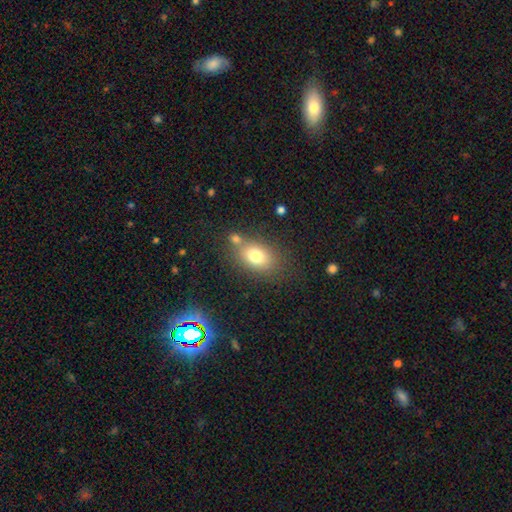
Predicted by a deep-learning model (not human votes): A smooth galaxy with no disk features (76%) that is in between round and cigar-shaped (72%).

Vote fractions:
- Smooth or featured? smooth: 76% / featured or disk: 13% / star or artifact: 12%
- How rounded? in between: 72% / round: 26% / cigar-shaped: 2%
- Merging? none: 65% / merger: 16% / minor disturbance: 13% / major disturbance: 5%